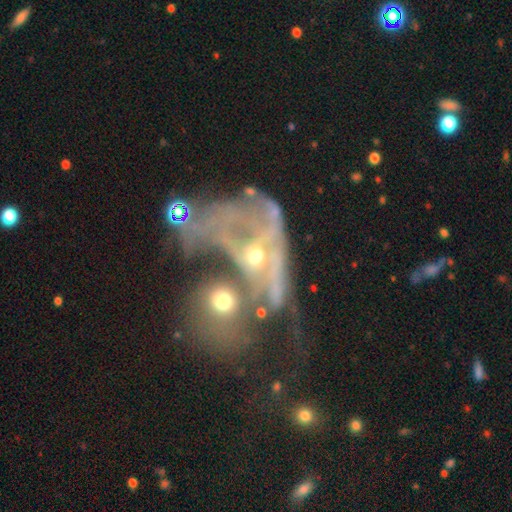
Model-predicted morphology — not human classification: Q: Smooth or featured?
A: featured or disk (64%); runner-up: smooth (19%)
Q: Edge-on disk?
A: no (92%); runner-up: yes (8%)
Q: Bar?
A: no (77%); runner-up: weak (16%)
Q: Spiral arms?
A: no (60%); runner-up: yes (40%)
Q: Bulge size?
A: small (49%); runner-up: moderate (36%)
Q: Merging?
A: merger (55%); runner-up: major disturbance (26%)